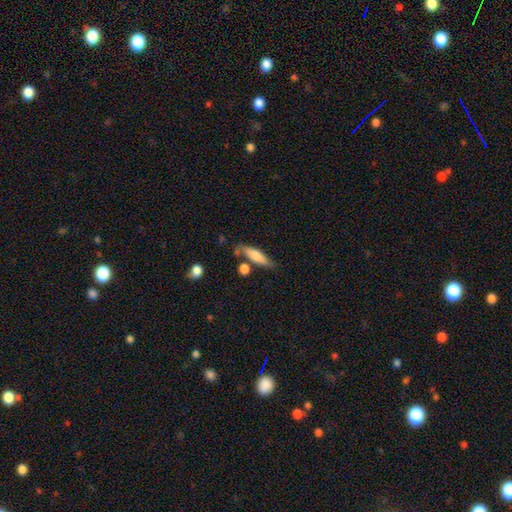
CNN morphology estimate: type=smooth (70%); roundness=cigar-shaped (59%); merging=none (66%).